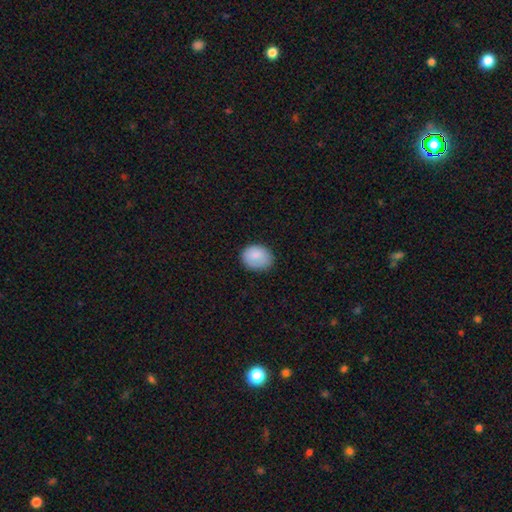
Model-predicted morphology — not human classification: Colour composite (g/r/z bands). It shows a smooth galaxy with no disk features (86%) that is in between round and cigar-shaped (59%). Merging: none (74%).